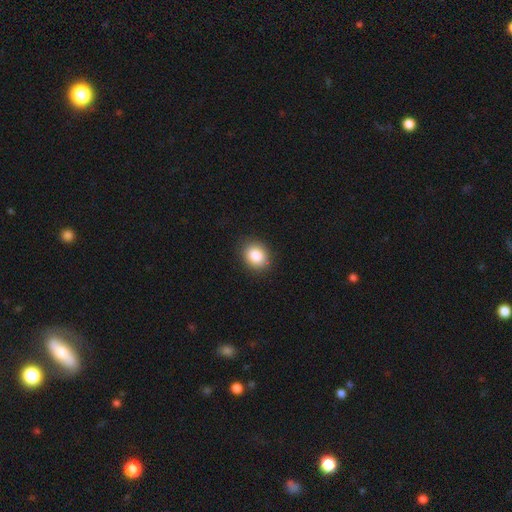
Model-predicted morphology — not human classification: The model was most divided on "how rounded": round: 58%, in between: 41%, cigar-shaped: 1%. More confident: merging — none (89%); smooth or featured — smooth (86%).